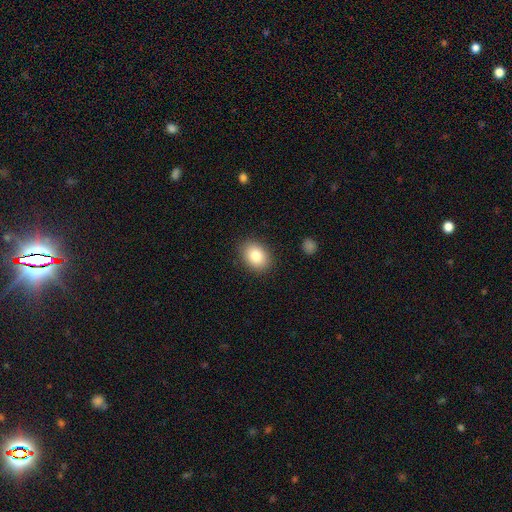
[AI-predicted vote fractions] Smooth or featured: smooth — 84% (star or artifact — 8%)
How rounded: in between — 68% (round — 31%)
Merging: none — 87% (minor disturbance — 9%)